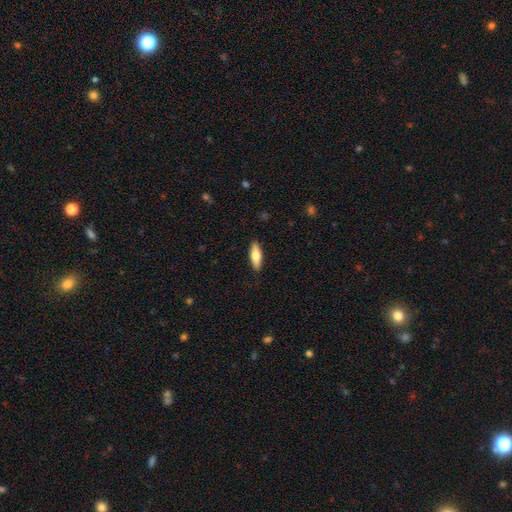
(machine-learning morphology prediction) Smooth or featured?
  - smooth: 67% *
  - featured or disk: 28%
  - star or artifact: 6%
How rounded?
  - in between: 55% *
  - cigar-shaped: 43%
  - round: 2%
Merging?
  - none: 89% *
  - minor disturbance: 8%
  - major disturbance: 2%
  - merger: 1%